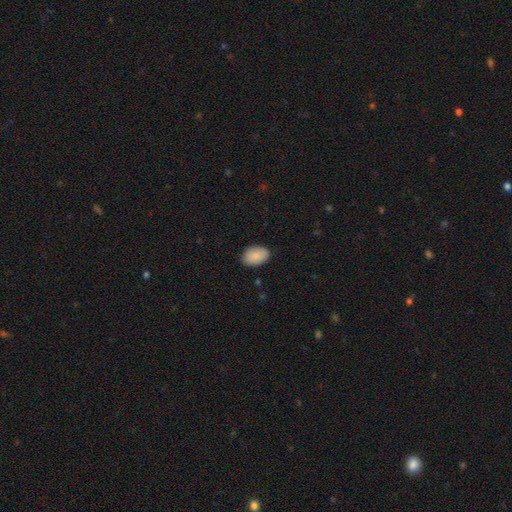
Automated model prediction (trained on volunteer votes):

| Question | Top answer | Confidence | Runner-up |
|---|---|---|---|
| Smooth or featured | smooth | 90% | star or artifact (6%) |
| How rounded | in between | 87% | round (12%) |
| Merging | none | 87% | minor disturbance (10%) |